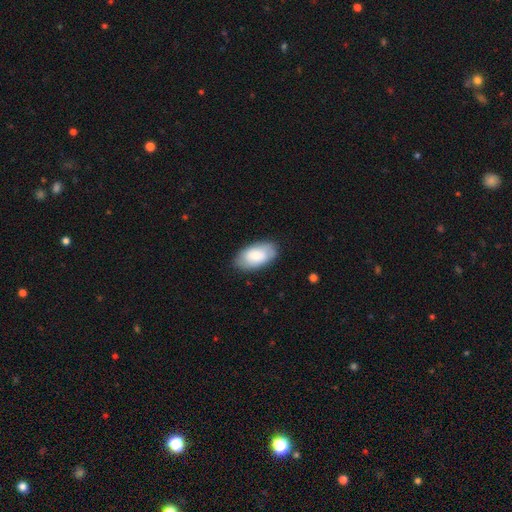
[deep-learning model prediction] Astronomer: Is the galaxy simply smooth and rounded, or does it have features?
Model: smooth — 74%.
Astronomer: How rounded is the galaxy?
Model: in between — 95%.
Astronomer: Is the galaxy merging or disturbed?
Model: none — 84%.